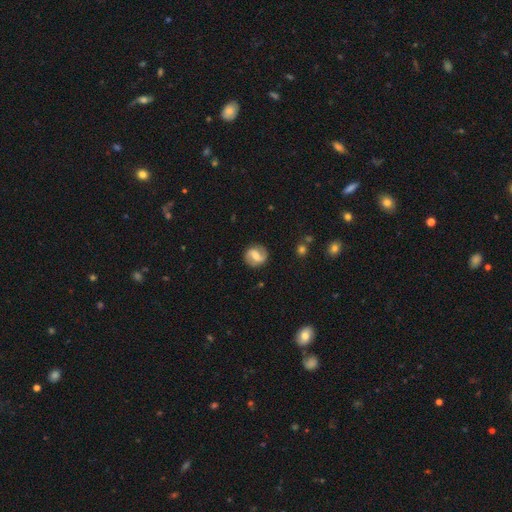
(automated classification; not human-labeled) featured or disk 69%, smooth 24%, star or artifact 7%. Down the decision tree: edge-on disk — no (97%); bar — weak (46%); spiral arms — yes (90%); spiral arm count — 2 (90%); spiral winding — loose (43%); bulge size — moderate (51%); merging — none (85%).